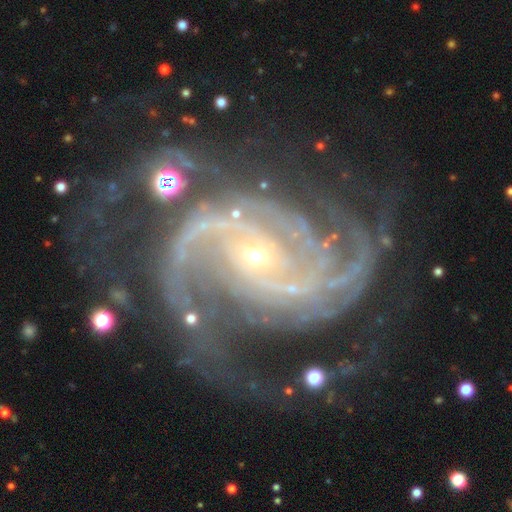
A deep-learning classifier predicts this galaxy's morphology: Q: Smooth or featured?
A: featured or disk (92%); runner-up: star or artifact (6%)
Q: Edge-on disk?
A: no (98%); runner-up: yes (2%)
Q: Bar?
A: no (57%); runner-up: weak (28%)
Q: Spiral arms?
A: yes (98%); runner-up: no (2%)
Q: Spiral winding?
A: tight (46%); runner-up: medium (45%)
Q: Spiral arm count?
A: 2 (33%); runner-up: 3 (22%)
Q: Bulge size?
A: small (83%); runner-up: moderate (13%)
Q: Merging?
A: none (55%); runner-up: major disturbance (20%)